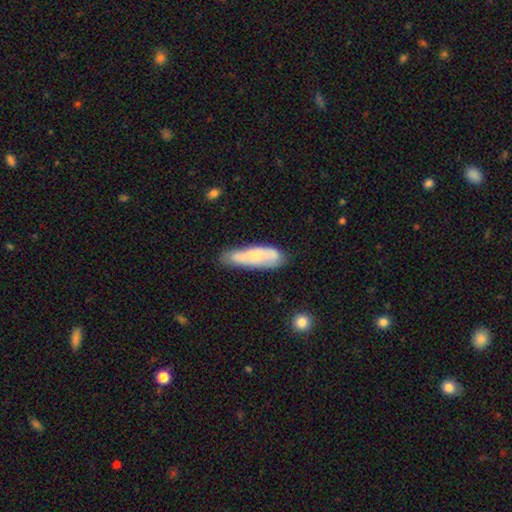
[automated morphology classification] This is possibly a smooth galaxy (55%). How rounded: possibly cigar-shaped (53%). Merging: possibly none (57%).